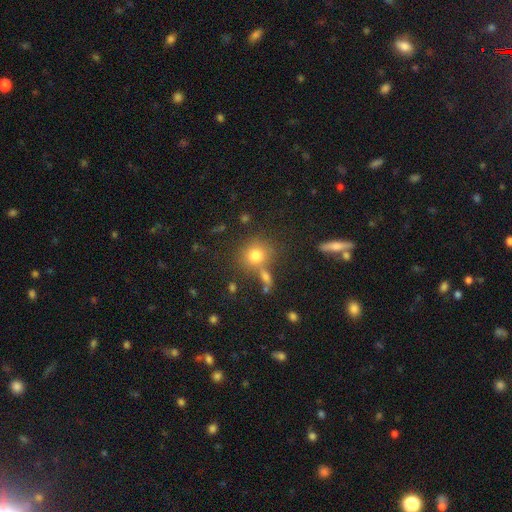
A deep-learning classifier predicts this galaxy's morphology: A smooth galaxy with no disk features (77%) that is round (79%). Merging: none (65%).